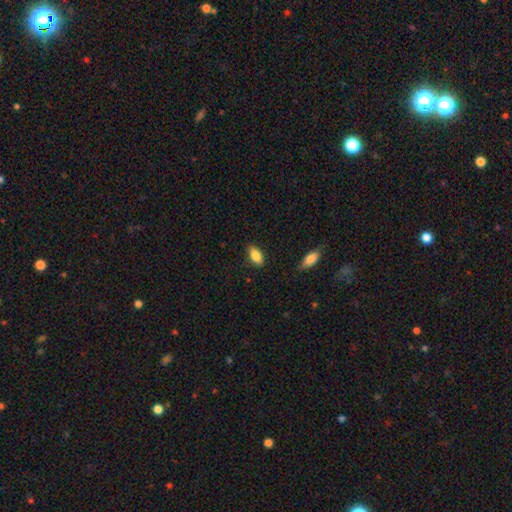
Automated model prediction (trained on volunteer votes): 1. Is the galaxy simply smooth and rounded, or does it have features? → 84% smooth, 9% featured or disk, 7% star or artifact.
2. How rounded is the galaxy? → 89% in between, 8% cigar-shaped, 3% round.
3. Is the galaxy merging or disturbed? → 83% none, 12% minor disturbance, 3% major disturbance, 2% merger.